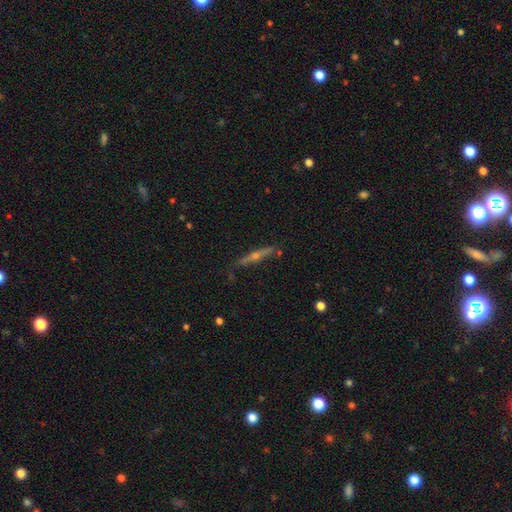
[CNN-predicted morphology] Smooth or featured? featured or disk (71%)
Edge-on disk? yes (95%)
Edge-on bulge? rounded (86%)
Merging? none (81%)